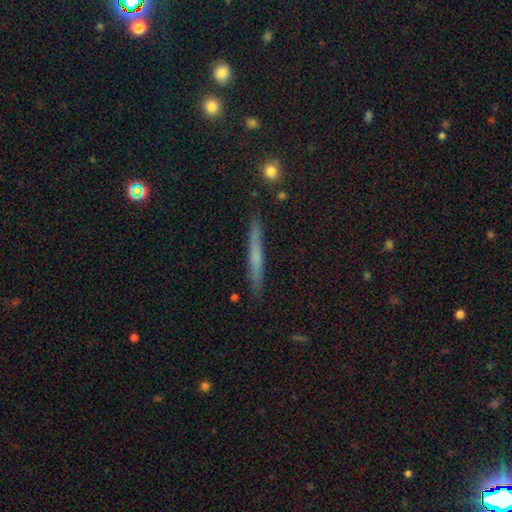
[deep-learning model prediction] A smooth galaxy with no disk features (48%). Merging: none (89%).